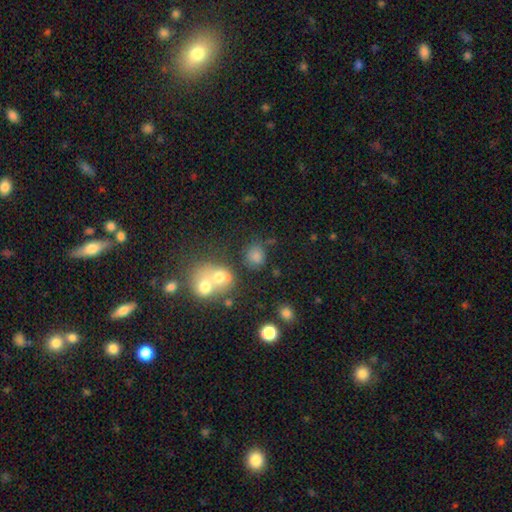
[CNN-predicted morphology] Smooth or featured? Predicted: smooth (p=0.76). How rounded? Predicted: round (p=0.69). Merging? Predicted: none (p=0.57).